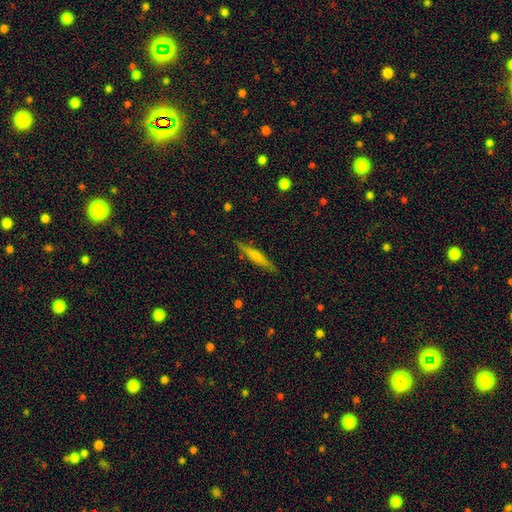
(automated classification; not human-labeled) featured or disk 58%, smooth 34%, star or artifact 8%. Down the decision tree: edge-on disk — yes (96%); edge-on bulge — rounded (58%); merging — none (89%).